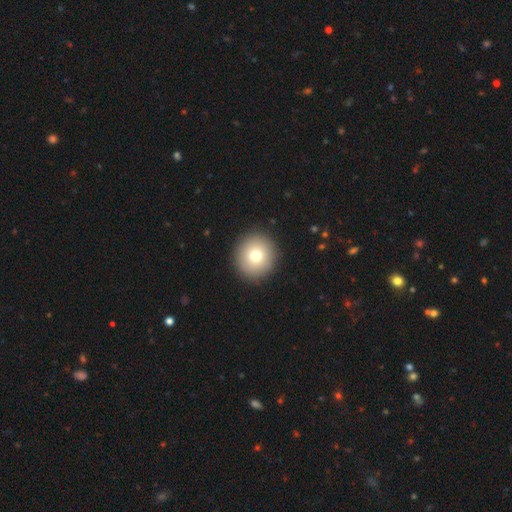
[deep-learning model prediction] Smooth or featured: smooth — 76% (featured or disk — 13%)
How rounded: round — 93% (in between — 6%)
Merging: none — 92% (minor disturbance — 5%)